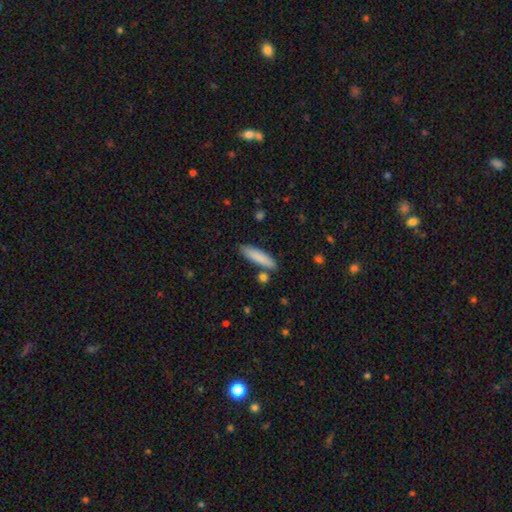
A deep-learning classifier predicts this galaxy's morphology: Q: Smooth or featured?
A: smooth (84%); runner-up: featured or disk (9%)
Q: How rounded?
A: cigar-shaped (79%); runner-up: in between (20%)
Q: Merging?
A: none (83%); runner-up: minor disturbance (10%)